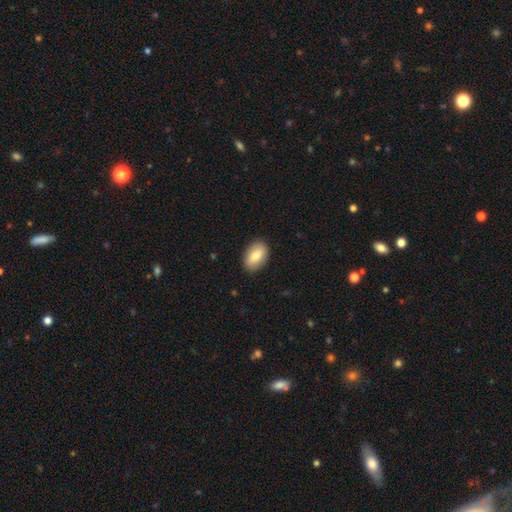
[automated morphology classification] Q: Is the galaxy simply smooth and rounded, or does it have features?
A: smooth — 78%.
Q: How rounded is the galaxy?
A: in between — 90%.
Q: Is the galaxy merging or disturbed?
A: none — 88%.